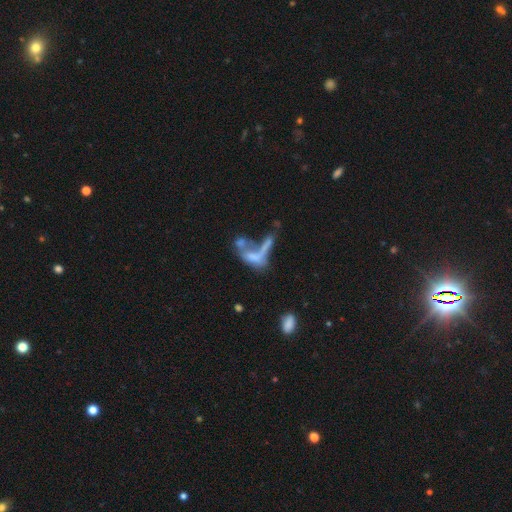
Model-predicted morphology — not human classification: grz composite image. It shows a smooth galaxy with no disk features (48%). Merging: merger (48%).